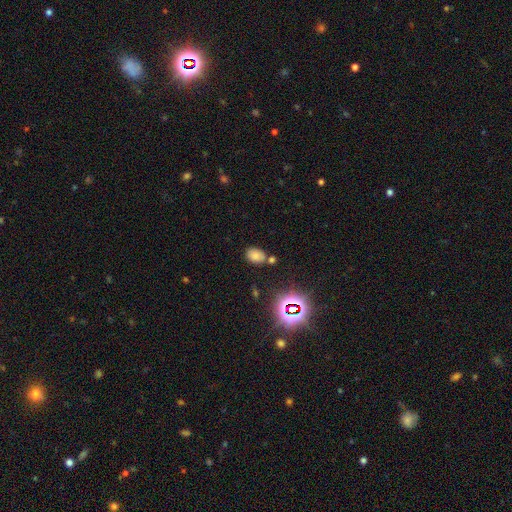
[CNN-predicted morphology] smooth 71%, star or artifact 20%, featured or disk 9%. Down the decision tree: how rounded — in between (81%); merging — none (69%).